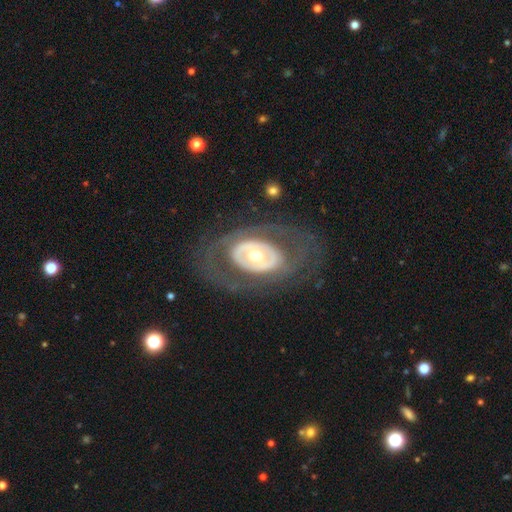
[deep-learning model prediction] This is likely a featured or disk galaxy (75%). It is clearly not viewed edge-on (93%). Bar: likely no (74%). Spiral arm pattern: likely no (67%). Central bulge: likely moderate (70%). Merging: likely none (72%).